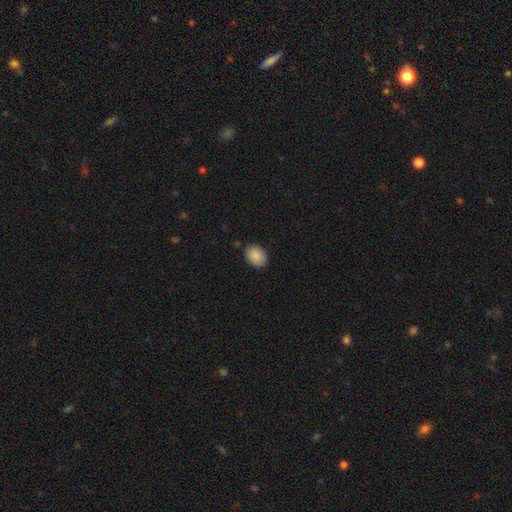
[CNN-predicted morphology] smooth 89%, star or artifact 7%, featured or disk 4%. Down the decision tree: how rounded — in between (78%); merging — none (85%).